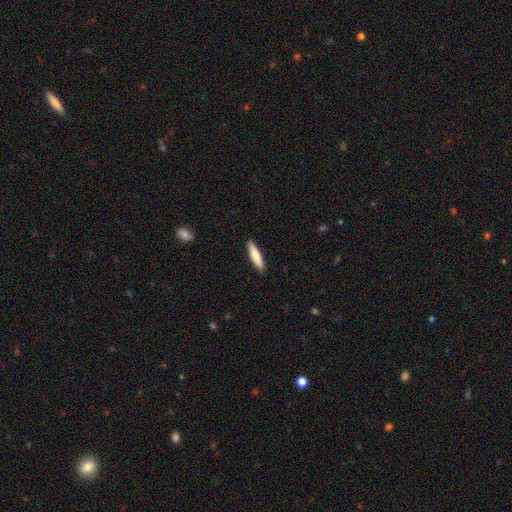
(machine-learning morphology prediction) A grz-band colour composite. It shows a smooth galaxy with no disk features (69%) that is cigar-shaped (82%). Merging: none (91%).